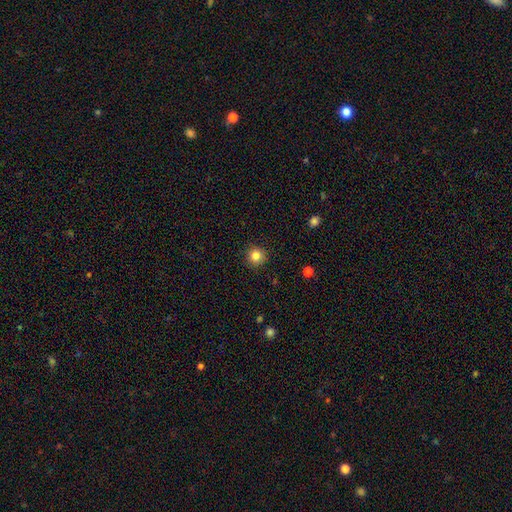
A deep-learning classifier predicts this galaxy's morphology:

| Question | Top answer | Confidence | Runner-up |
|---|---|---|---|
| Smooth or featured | smooth | 83% | star or artifact (12%) |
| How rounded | round | 94% | in between (5%) |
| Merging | none | 92% | minor disturbance (6%) |